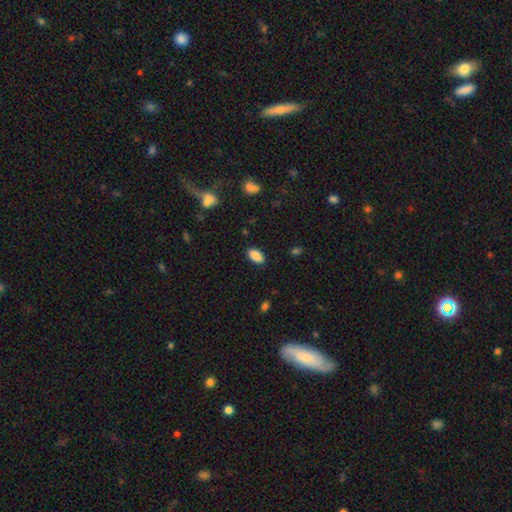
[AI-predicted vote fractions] Smooth or featured? Predicted: smooth (p=0.88). How rounded? Predicted: in between (p=0.92). Merging? Predicted: none (p=0.87).